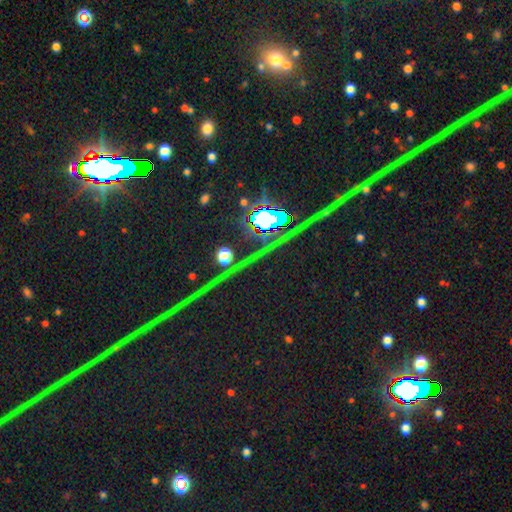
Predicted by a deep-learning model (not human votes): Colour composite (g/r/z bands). It shows a star or artifact, not a galaxy (85%).